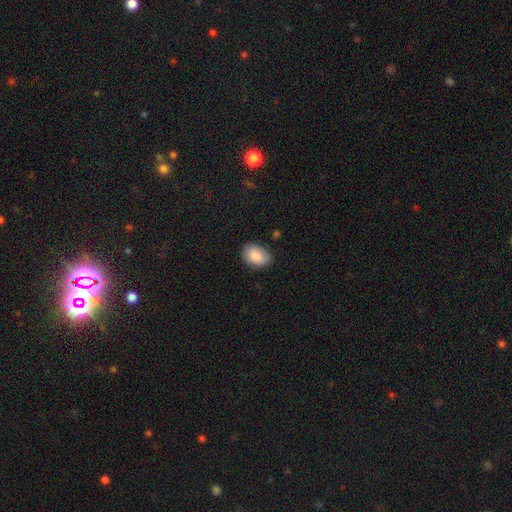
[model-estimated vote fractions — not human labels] Overall: smooth (87%). How rounded: in between (84%). Merging: none (73%).